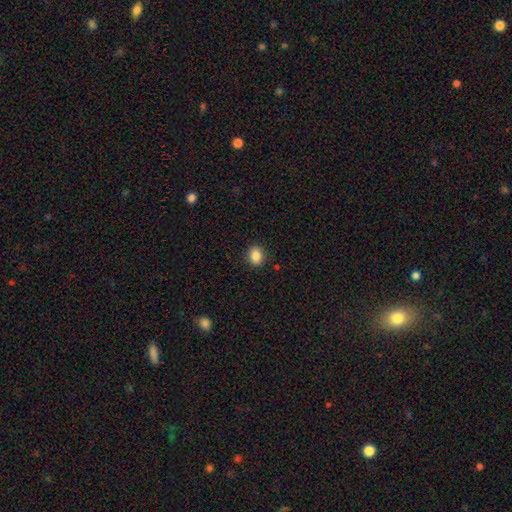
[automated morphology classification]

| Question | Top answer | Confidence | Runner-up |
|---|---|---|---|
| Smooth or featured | smooth | 86% | star or artifact (9%) |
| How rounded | round | 59% | in between (40%) |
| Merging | none | 90% | minor disturbance (7%) |